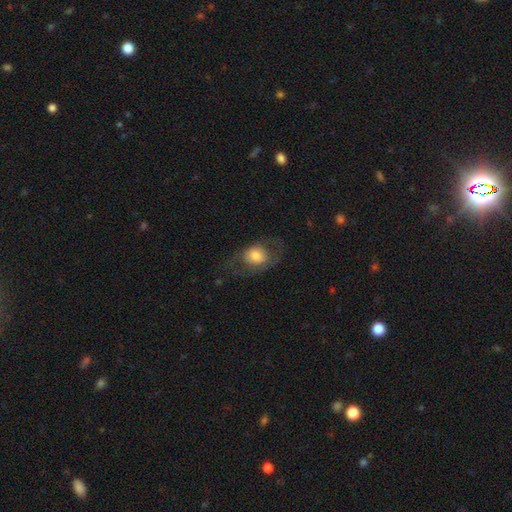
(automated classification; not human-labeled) Smooth or featured?
  - smooth: 60% *
  - featured or disk: 33%
  - star or artifact: 7%
How rounded?
  - in between: 53% *
  - round: 46%
  - cigar-shaped: 1%
Merging?
  - none: 58% *
  - major disturbance: 22%
  - minor disturbance: 19%
  - merger: 1%